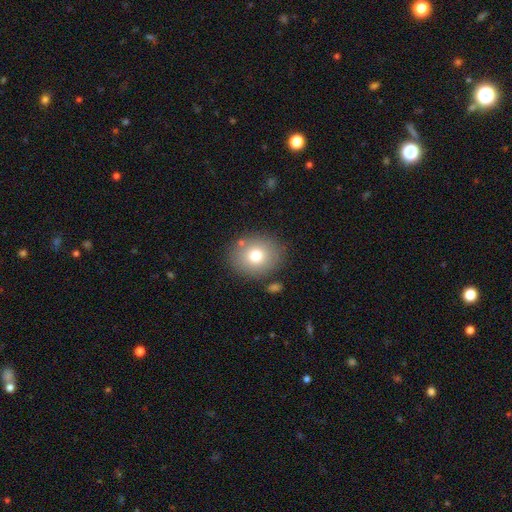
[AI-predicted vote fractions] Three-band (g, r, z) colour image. It shows a smooth galaxy with no disk features (76%) that is round (66%). Merging: none (82%).